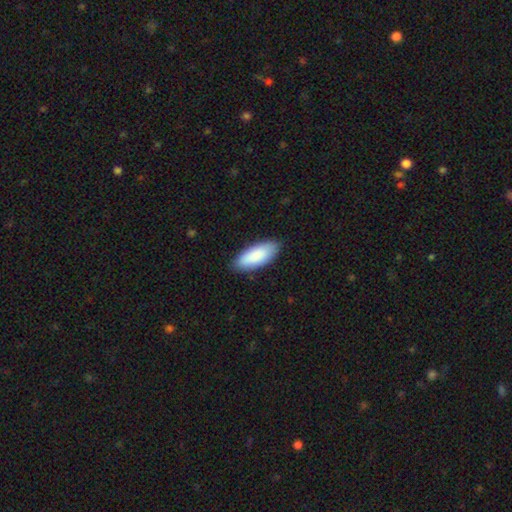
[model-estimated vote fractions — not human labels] smooth-or-featured: smooth: 88% | featured or disk: 7% | star or artifact: 5%
  how-rounded: in between: 81% | cigar-shaped: 17% | round: 2%
  merging: none: 85% | minor disturbance: 12% | major disturbance: 2% | merger: 1%